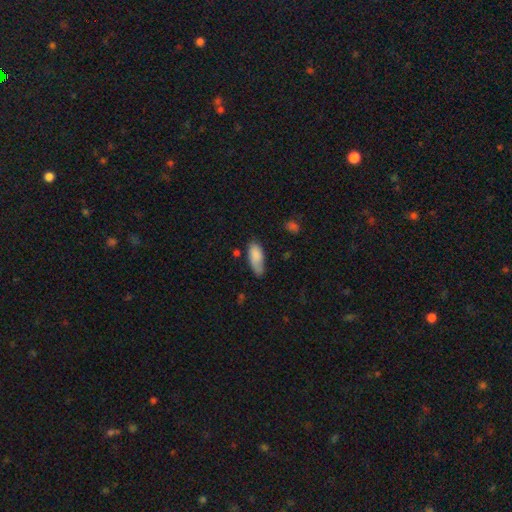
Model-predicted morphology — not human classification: The model was most divided on "merging": none: 55%, minor disturbance: 33%, major disturbance: 8%, merger: 4%. More confident: smooth or featured — smooth (85%); how rounded — in between (80%).